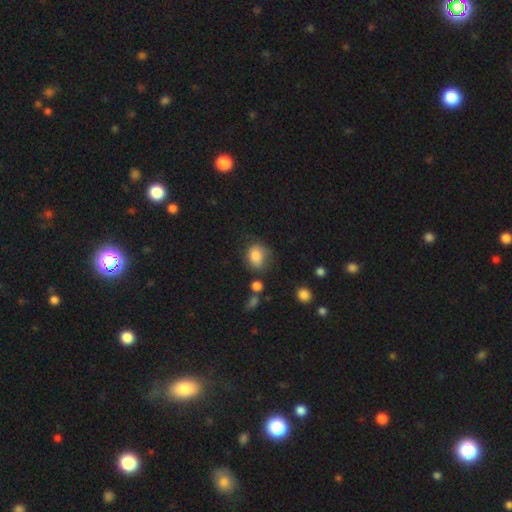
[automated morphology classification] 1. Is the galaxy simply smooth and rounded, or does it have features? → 83% smooth, 9% star or artifact, 8% featured or disk.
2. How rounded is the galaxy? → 58% in between, 41% round, 1% cigar-shaped.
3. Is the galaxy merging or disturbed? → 54% none, 29% minor disturbance, 12% major disturbance, 5% merger.